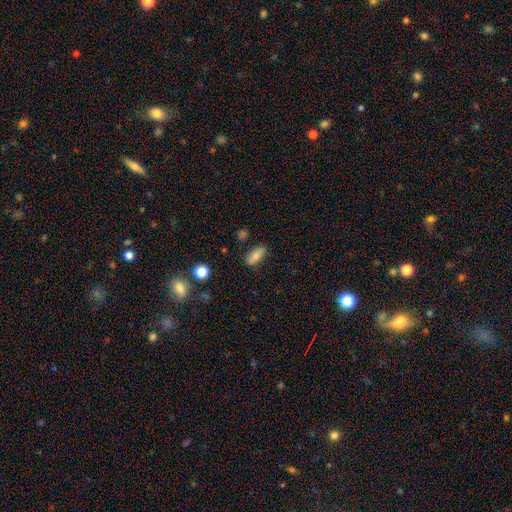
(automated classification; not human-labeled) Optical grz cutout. It shows a smooth galaxy with no disk features (78%) that is in between round and cigar-shaped (84%). Merging: none (81%).